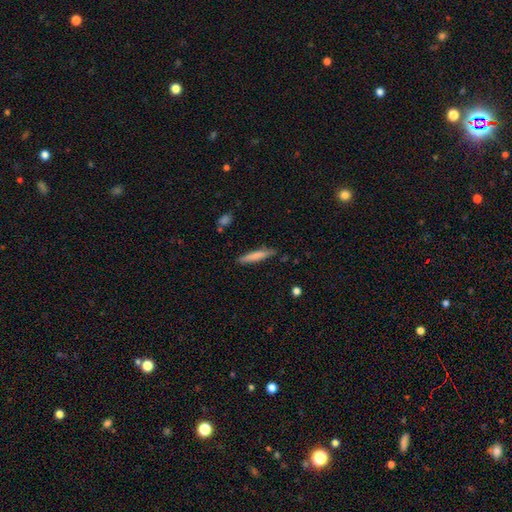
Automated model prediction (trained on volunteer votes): Smooth or featured: smooth — 77% (featured or disk — 17%)
How rounded: cigar-shaped — 90% (in between — 9%)
Merging: none — 80% (minor disturbance — 15%)